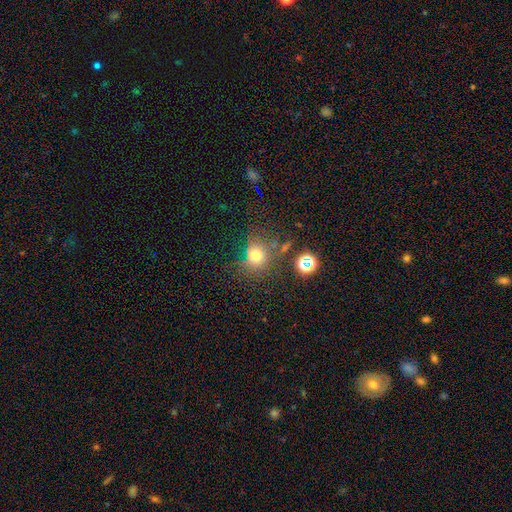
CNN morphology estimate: Smooth or featured? smooth (67%)
How rounded? round (79%)
Merging? none (66%)